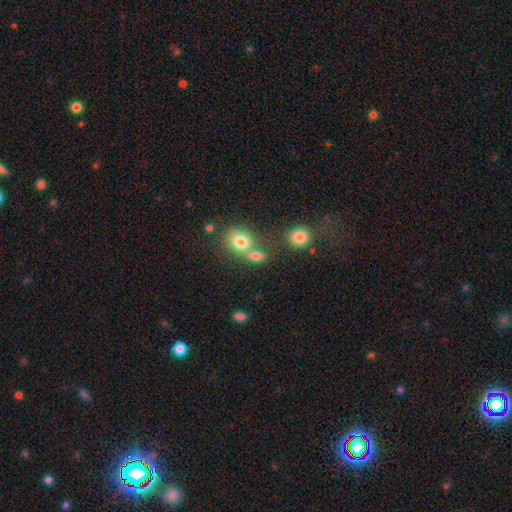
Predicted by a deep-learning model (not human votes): The model was most divided on "merging": merger: 44%, none: 41%, minor disturbance: 10%, major disturbance: 5%. More confident: smooth or featured — smooth (78%); how rounded — in between (52%).